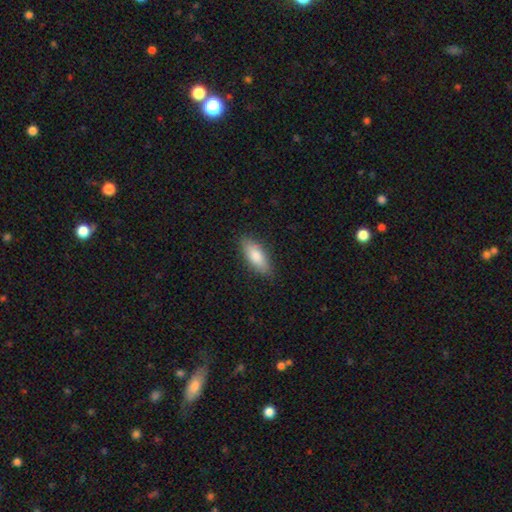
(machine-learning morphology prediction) A smooth galaxy with no disk features (80%) that is in between round and cigar-shaped (72%). Merging: none (88%).